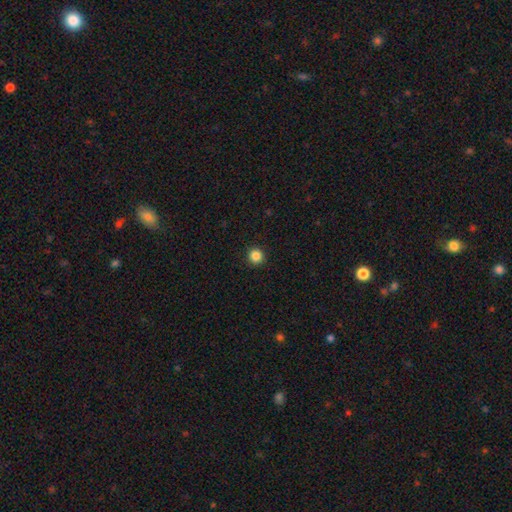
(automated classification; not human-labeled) Overall: smooth (86%). How rounded: round (95%). Merging: none (93%).